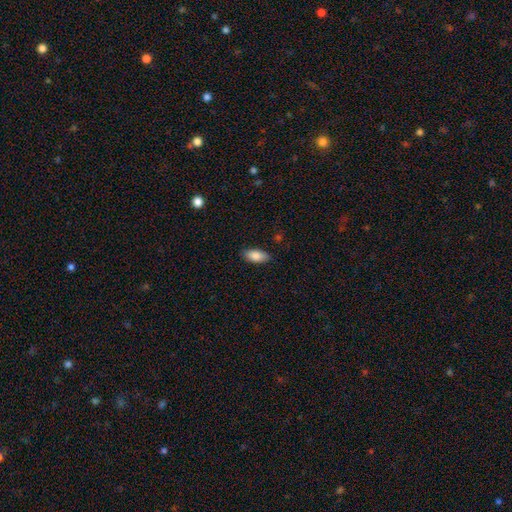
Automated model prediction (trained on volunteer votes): Morphology: type=smooth (86%); roundness=in between (89%); merging=none (85%).